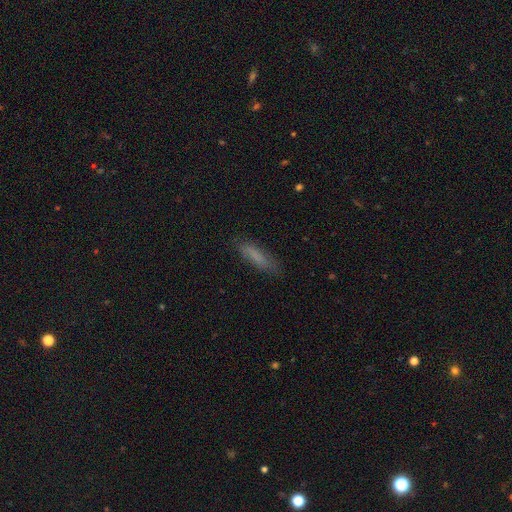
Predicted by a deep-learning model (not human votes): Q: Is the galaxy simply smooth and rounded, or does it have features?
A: smooth — 77%.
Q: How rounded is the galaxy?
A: cigar-shaped — 72%.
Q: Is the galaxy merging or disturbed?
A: none — 79%.